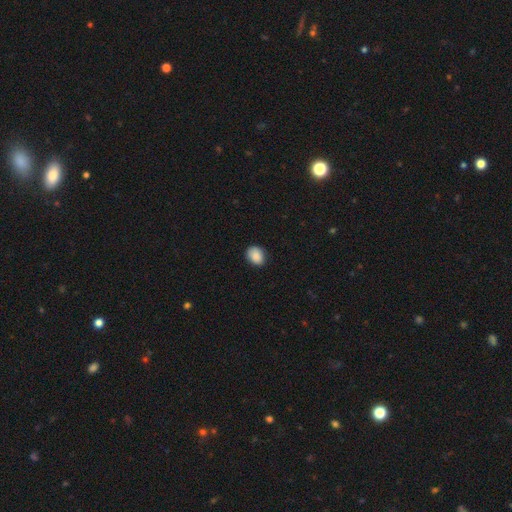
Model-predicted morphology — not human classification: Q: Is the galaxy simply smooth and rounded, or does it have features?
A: smooth — 89%.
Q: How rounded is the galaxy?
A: in between — 55%.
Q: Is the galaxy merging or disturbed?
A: none — 84%.